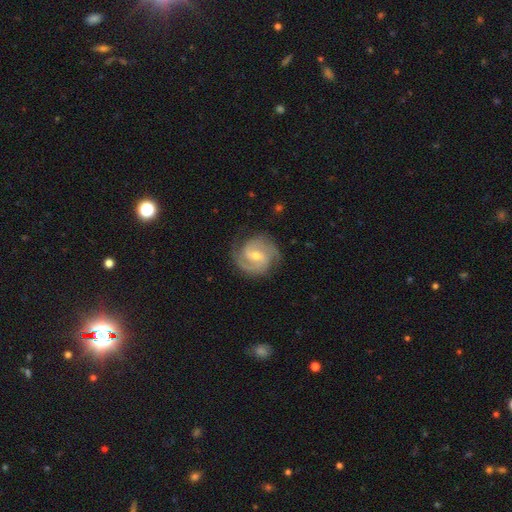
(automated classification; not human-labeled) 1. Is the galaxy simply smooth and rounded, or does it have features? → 89% featured or disk, 6% smooth, 5% star or artifact.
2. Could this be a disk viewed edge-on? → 98% no, 2% yes.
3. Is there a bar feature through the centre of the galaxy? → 53% weak, 28% no, 19% strong.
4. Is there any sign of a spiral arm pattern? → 98% yes, 2% no.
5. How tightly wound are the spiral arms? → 47% tight, 44% medium, 9% loose.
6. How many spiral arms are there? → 68% 2, 18% 3, 7% can't tell, 3% 1, 3% 4, 2% more than 4.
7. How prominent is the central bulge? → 50% moderate, 46% small, 1% large, 1% none, 1% dominant.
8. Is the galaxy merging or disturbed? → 80% none, 14% minor disturbance, 4% major disturbance, 1% merger.